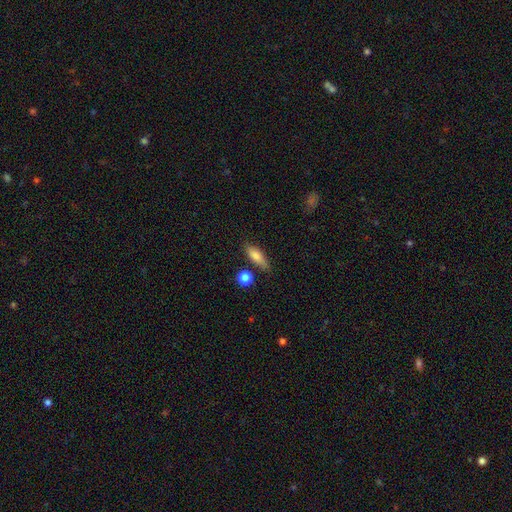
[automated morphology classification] Overall: smooth (77%). How rounded: in between (57%; cigar-shaped 37%). Merging: none (70%).